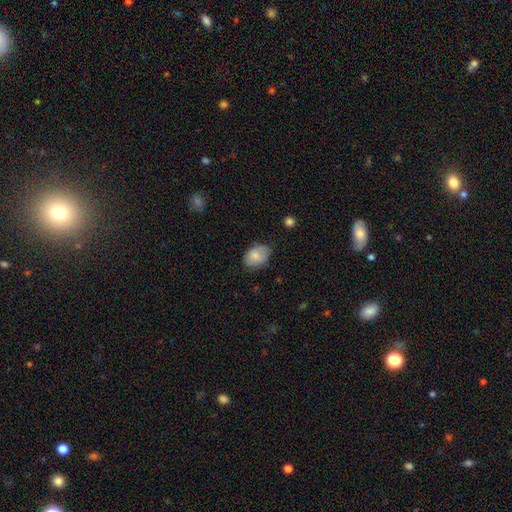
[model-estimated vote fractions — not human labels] smooth_or_featured: smooth (p=0.79) [alt: featured or disk p=0.14]
how_rounded: in between (p=0.78) [alt: round p=0.21]
merging: none (p=0.68) [alt: minor disturbance p=0.26]